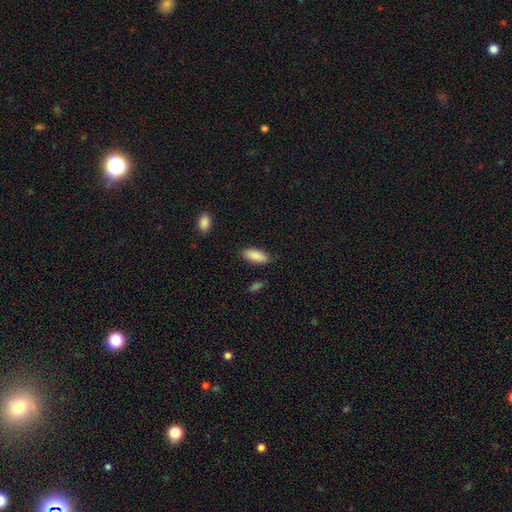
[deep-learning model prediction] Smooth or featured? smooth (88%)
How rounded? in between (76%)
Merging? none (84%)